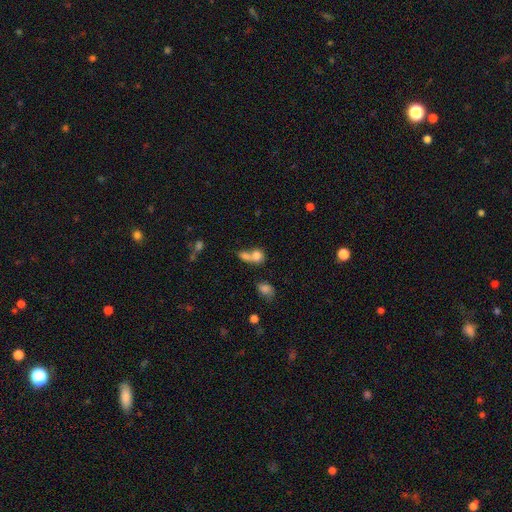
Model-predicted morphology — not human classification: smooth 78%, featured or disk 12%, star or artifact 11%. Down the decision tree: how rounded — round (62%); merging — merger (59%).